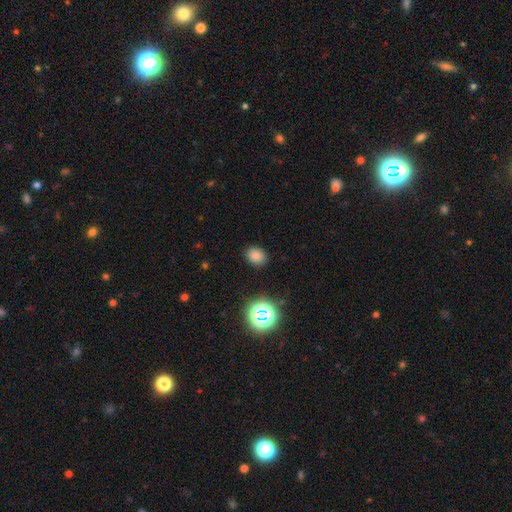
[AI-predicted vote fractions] Smooth or featured?
  - smooth: 77% *
  - star or artifact: 17%
  - featured or disk: 5%
How rounded?
  - round: 53% *
  - in between: 46%
  - cigar-shaped: 1%
Merging?
  - none: 88% *
  - minor disturbance: 8%
  - major disturbance: 3%
  - merger: 1%